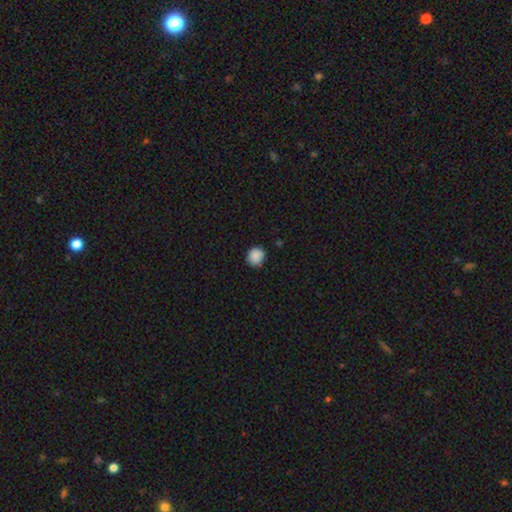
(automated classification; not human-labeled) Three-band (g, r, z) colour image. It shows a smooth galaxy with no disk features (88%) that is round (83%). Merging: none (85%).